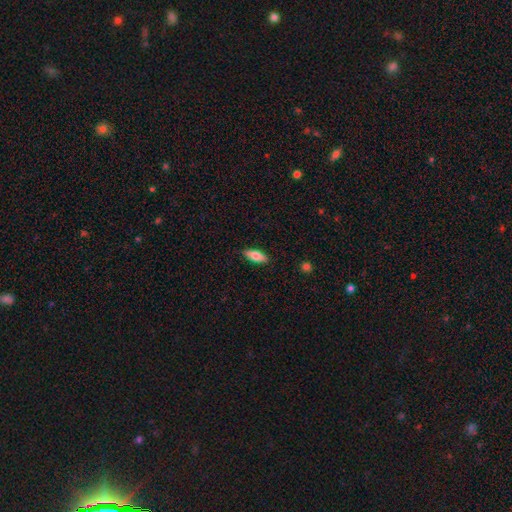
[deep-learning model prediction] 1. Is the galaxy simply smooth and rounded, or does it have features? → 77% smooth, 17% featured or disk, 6% star or artifact.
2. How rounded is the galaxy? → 71% in between, 27% cigar-shaped, 2% round.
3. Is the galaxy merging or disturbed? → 88% none, 9% minor disturbance, 2% major disturbance, 1% merger.